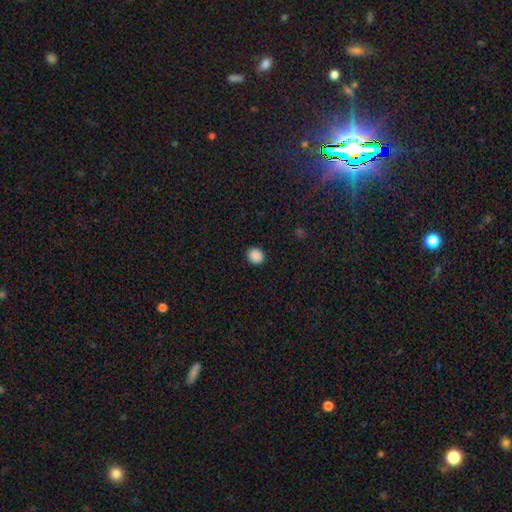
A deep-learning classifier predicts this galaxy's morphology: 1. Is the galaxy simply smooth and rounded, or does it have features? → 89% smooth, 9% star or artifact, 2% featured or disk.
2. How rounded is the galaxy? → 76% round, 23% in between, 1% cigar-shaped.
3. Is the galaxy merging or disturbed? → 92% none, 5% minor disturbance, 2% major disturbance, 1% merger.